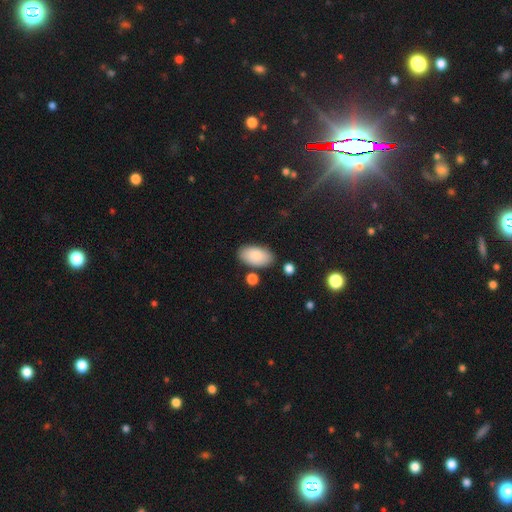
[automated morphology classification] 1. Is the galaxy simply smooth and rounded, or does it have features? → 86% smooth, 8% featured or disk, 6% star or artifact.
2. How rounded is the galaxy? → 95% in between, 3% round, 2% cigar-shaped.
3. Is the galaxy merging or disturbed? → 81% none, 12% minor disturbance, 4% merger, 3% major disturbance.